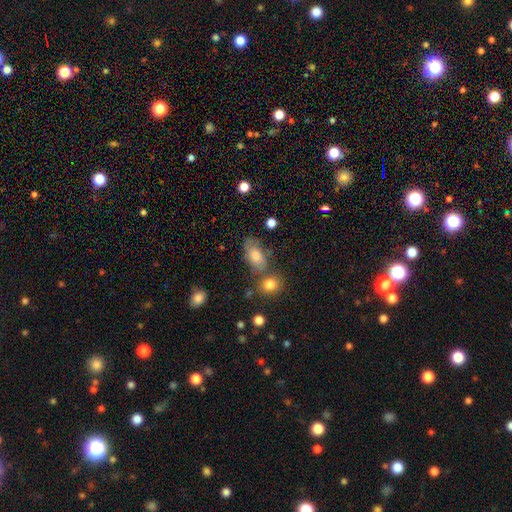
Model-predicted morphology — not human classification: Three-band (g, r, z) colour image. It shows a smooth galaxy with no disk features (73%) that is in between round and cigar-shaped (86%). Merging: none (52%).